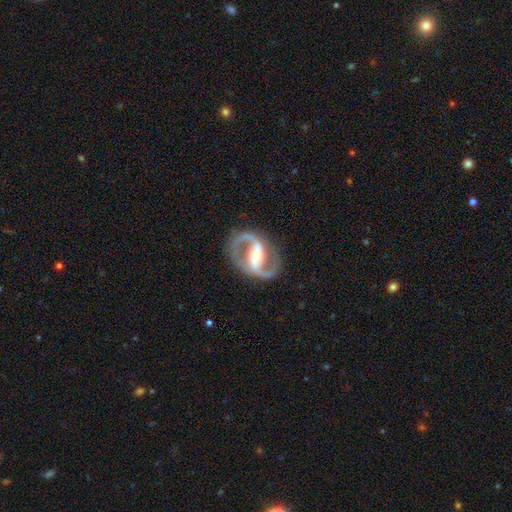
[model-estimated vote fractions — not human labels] This is clearly a featured or disk galaxy (92%). It is clearly not viewed edge-on (97%). Bar: possibly strong (51%). Spiral arm pattern: clearly yes (97%). Spiral arm count: clearly 2 (94%). Spiral winding: possibly medium (60%). Central bulge: possibly moderate (54%). Merging: clearly none (84%).